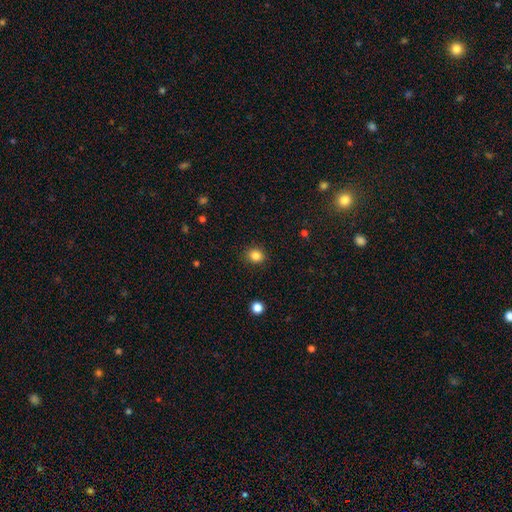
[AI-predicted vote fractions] A smooth galaxy with no disk features (84%) that is round (76%). Merging: none (90%).